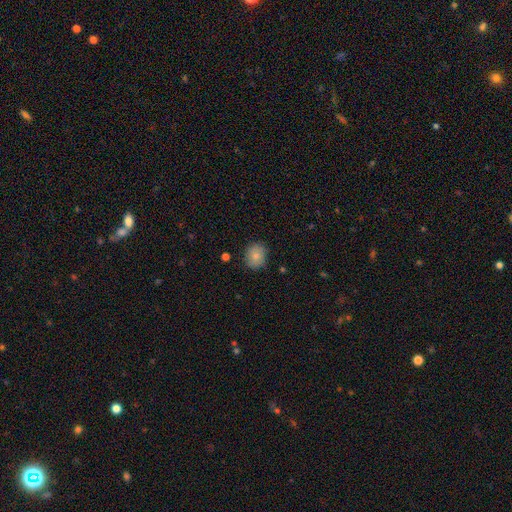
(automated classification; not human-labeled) smooth-or-featured: smooth: 84% | star or artifact: 8% | featured or disk: 8%
  how-rounded: round: 65% | in between: 34% | cigar-shaped: 1%
  merging: none: 85% | minor disturbance: 12% | major disturbance: 3% | merger: 1%